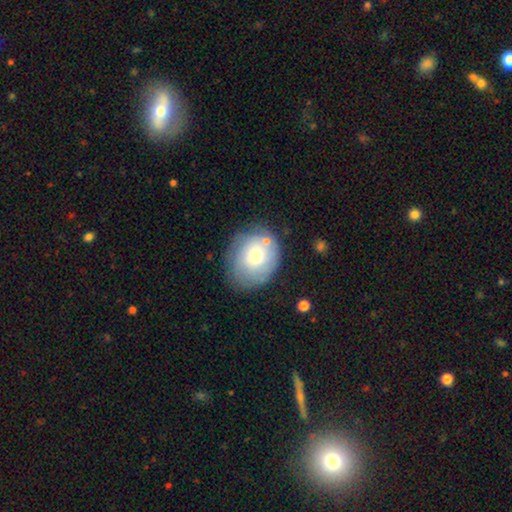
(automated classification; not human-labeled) smooth-or-featured: smooth: 62% | featured or disk: 30% | star or artifact: 8%
  how-rounded: round: 58% | in between: 41% | cigar-shaped: 1%
  merging: none: 69% | minor disturbance: 19% | major disturbance: 7% | merger: 5%